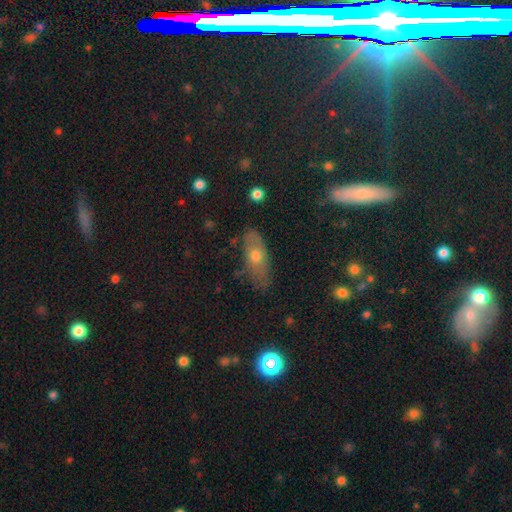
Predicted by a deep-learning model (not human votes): Smooth or featured: smooth — 44% (featured or disk — 40%)
Merging: none — 78% (minor disturbance — 16%)